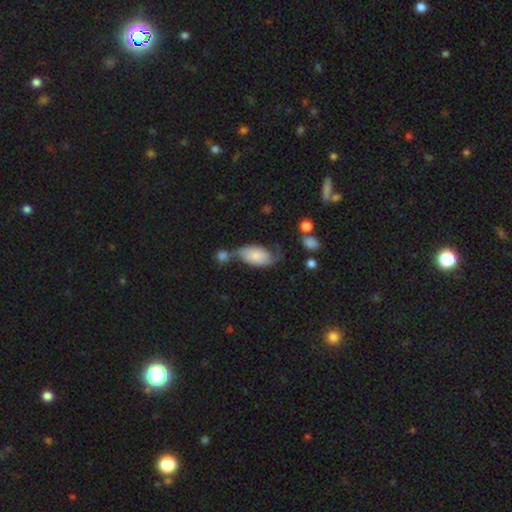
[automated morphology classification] smooth 51%, featured or disk 41%, star or artifact 7%. Down the decision tree: how rounded — in between (92%); merging — none (32%).